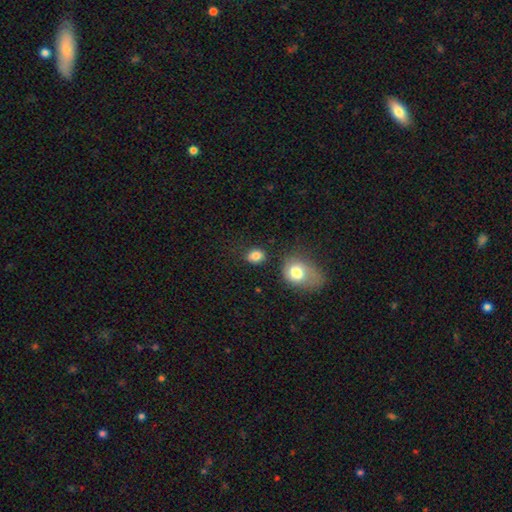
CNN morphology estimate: The model was most divided on "how rounded": round: 52%, in between: 47%, cigar-shaped: 1%. More confident: smooth or featured — smooth (83%); merging — none (75%).